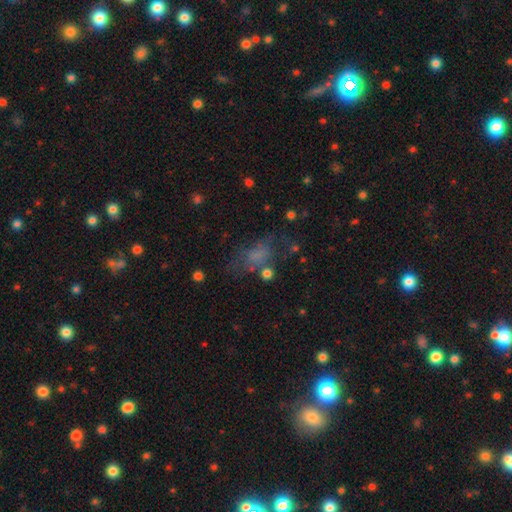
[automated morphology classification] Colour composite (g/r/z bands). It shows a smooth galaxy with no disk features (56%) that is in between round and cigar-shaped (78%). Merging: none (44%).